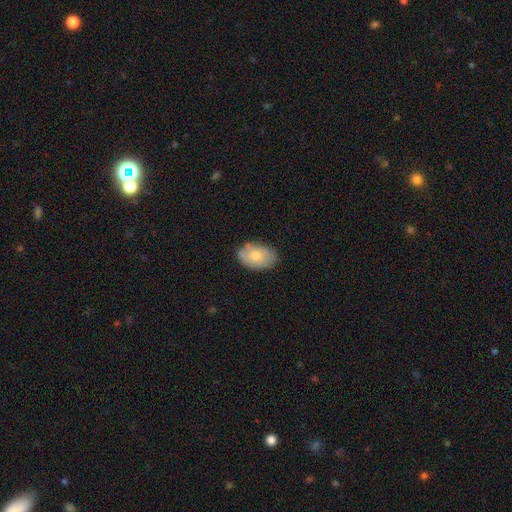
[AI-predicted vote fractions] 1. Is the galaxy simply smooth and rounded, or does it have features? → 75% smooth, 19% featured or disk, 6% star or artifact.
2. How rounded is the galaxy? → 89% in between, 10% round, 1% cigar-shaped.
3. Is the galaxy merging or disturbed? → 76% none, 19% minor disturbance, 3% major disturbance, 2% merger.